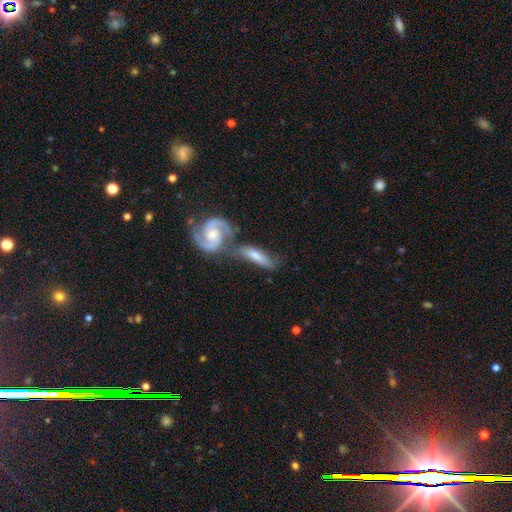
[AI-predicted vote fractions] Overall: featured or disk (55%; smooth 40%). Edge-on disk: no (80%). Merging: merger (44%; none 36%).